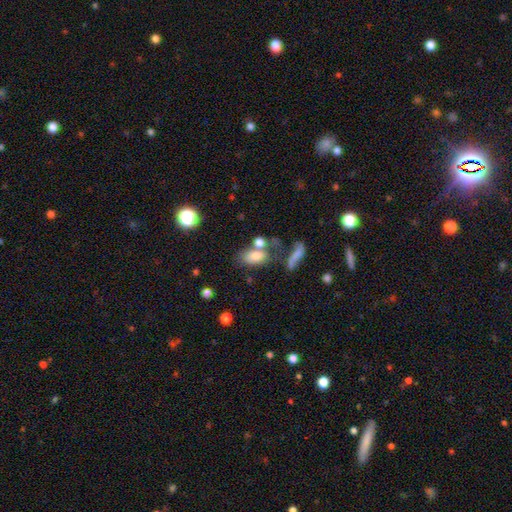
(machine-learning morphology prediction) Smooth or featured? Predicted: smooth (p=0.76). How rounded? Predicted: in between (p=0.86). Merging? Predicted: none (p=0.42).